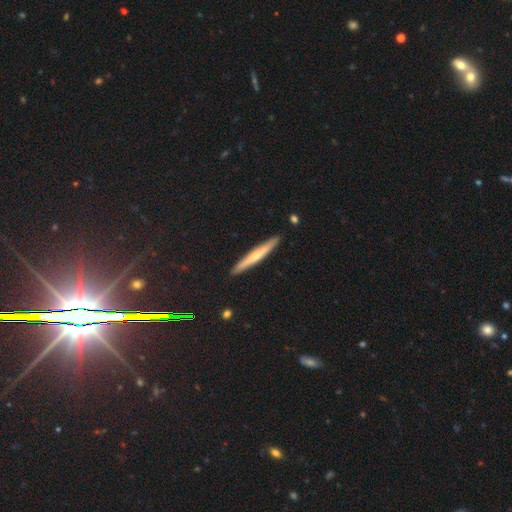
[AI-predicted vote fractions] This appears to be a featured or disk galaxy (52%) viewed edge-on (96%) with a rounded central bulge (62%). Merging: none (91%).